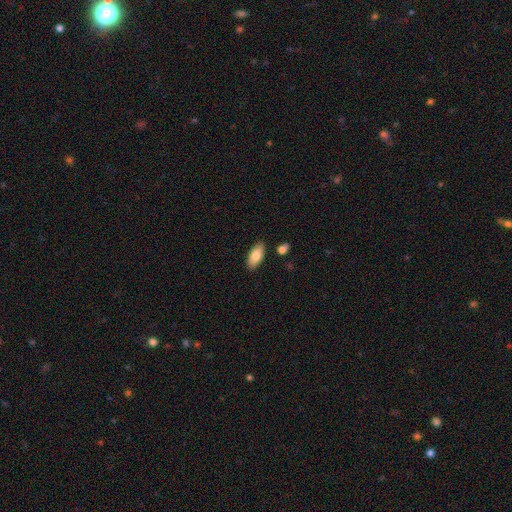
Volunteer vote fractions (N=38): Morphology: type=smooth (92%); roundness=in between (86%); merging=none (84%).